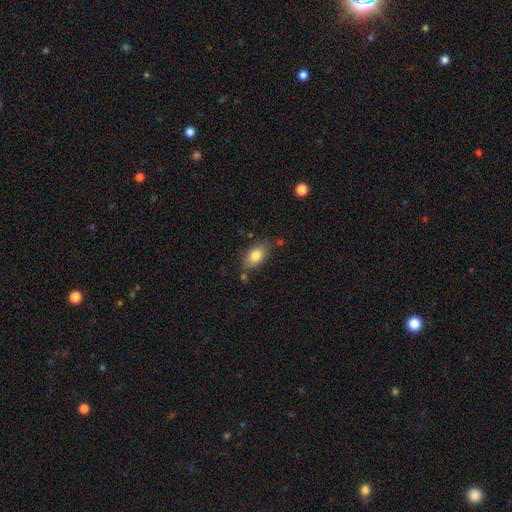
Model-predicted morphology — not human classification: A smooth galaxy with no disk features (81%) that is in between round and cigar-shaped (89%). Merging: none (75%).